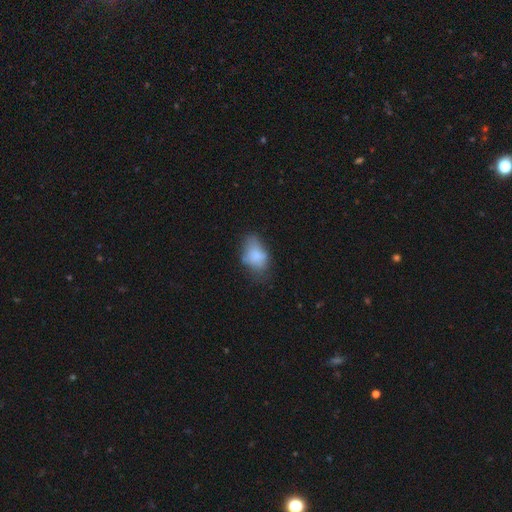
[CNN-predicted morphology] This is likely a smooth galaxy (74%). How rounded: clearly in between (84%). Merging: marginally none (40%).